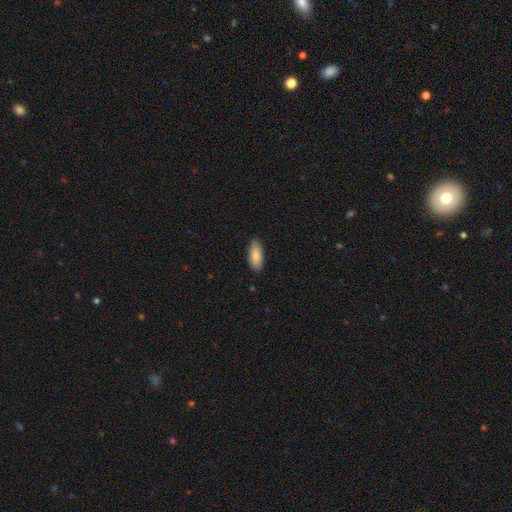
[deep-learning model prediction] Morphology: type=smooth (86%); roundness=in between (86%); merging=none (88%).